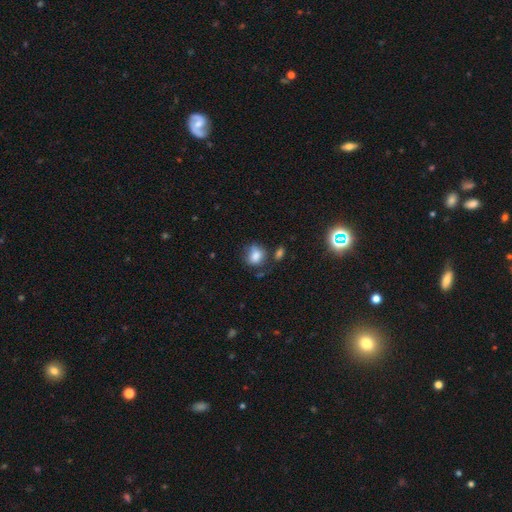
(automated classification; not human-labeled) smooth_or_featured: smooth (p=0.79) [alt: star or artifact p=0.11]
how_rounded: round (p=0.54) [alt: in between p=0.45]
merging: none (p=0.52) [alt: minor disturbance p=0.27]